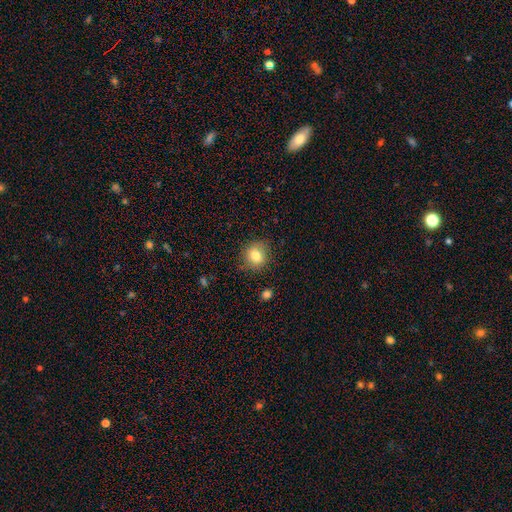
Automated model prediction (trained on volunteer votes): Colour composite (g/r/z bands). It shows a smooth galaxy with no disk features (81%) that is round (73%). Merging: none (83%).